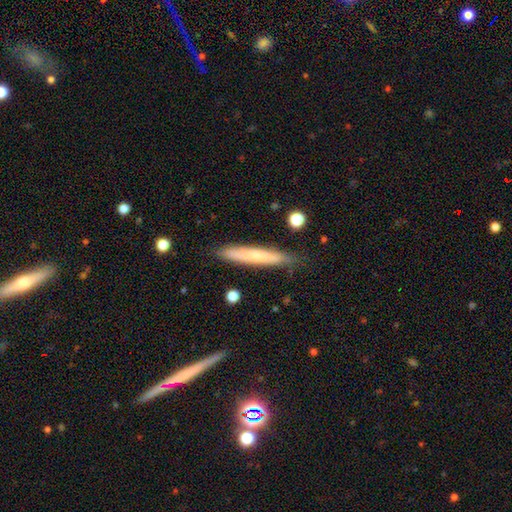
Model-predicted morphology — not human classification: A smooth galaxy with no disk features (57%) that is cigar-shaped (92%).

Vote fractions:
- Smooth or featured? smooth: 57% / featured or disk: 37% / star or artifact: 6%
- How rounded? cigar-shaped: 92% / in between: 6% / round: 1%
- Merging? none: 81% / minor disturbance: 15% / major disturbance: 2% / merger: 2%